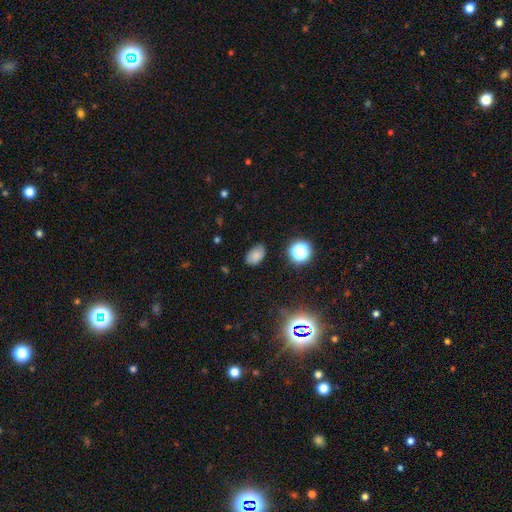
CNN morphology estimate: type=smooth (76%); roundness=in between (86%); merging=none (76%).